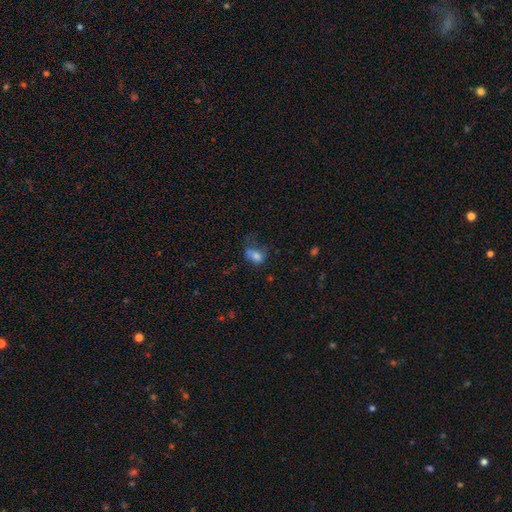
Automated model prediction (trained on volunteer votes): smooth_or_featured: smooth (p=0.73) [alt: featured or disk p=0.14]
how_rounded: in between (p=0.71) [alt: round p=0.27]
merging: major disturbance (p=0.32) [alt: none p=0.30]